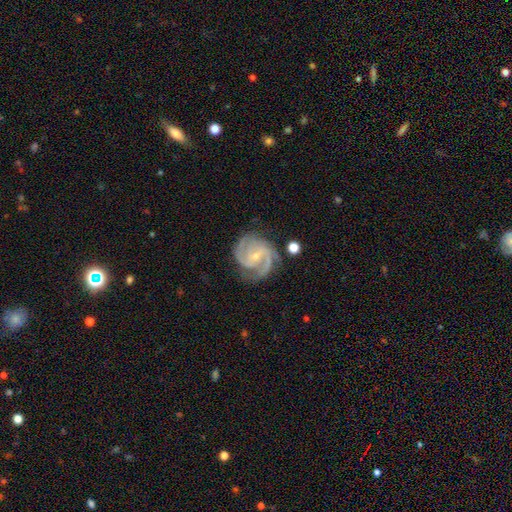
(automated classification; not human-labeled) This appears to be a featured or disk galaxy (92%) with a weak bar (45%), 2 (48%) medium (50%) spiral arms (98%) and a small central bulge (75%). Merging: none (75%).